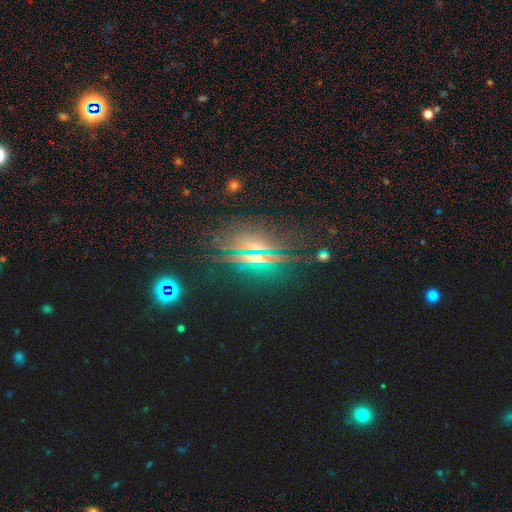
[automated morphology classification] This is likely a star or artifact rather than a galaxy (62%).